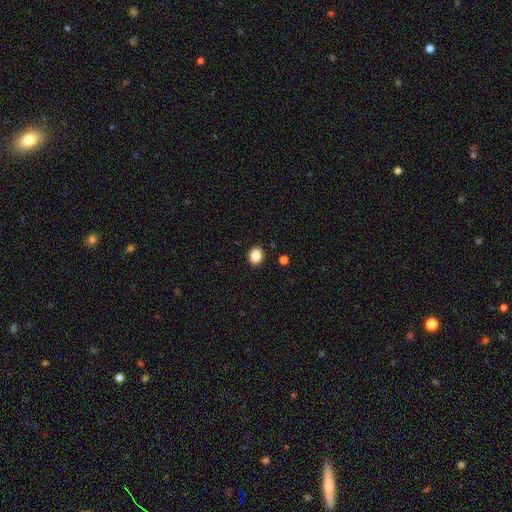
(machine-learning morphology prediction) Smooth or featured? Predicted: smooth (p=0.86). How rounded? Predicted: round (p=0.62). Merging? Predicted: none (p=0.91).